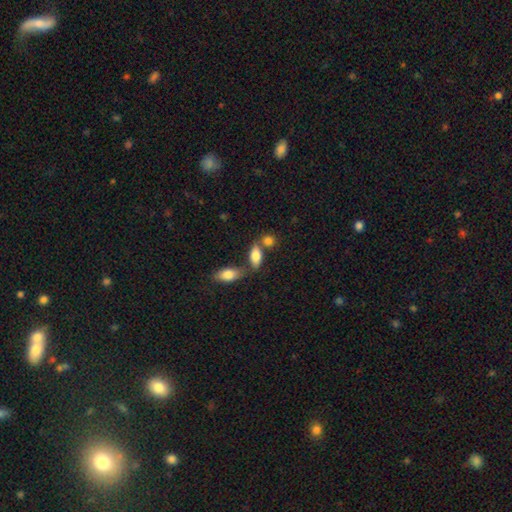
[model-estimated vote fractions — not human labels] A smooth galaxy with no disk features (79%) that is in between round and cigar-shaped (82%). Merging: none (52%).